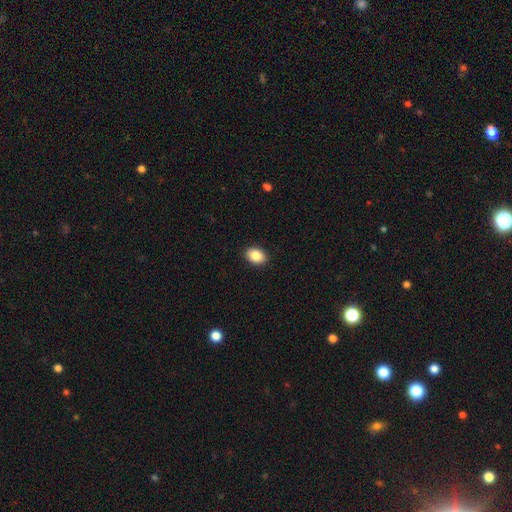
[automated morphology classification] A smooth galaxy with no disk features (87%) that is in between round and cigar-shaped (74%). Merging: none (91%).